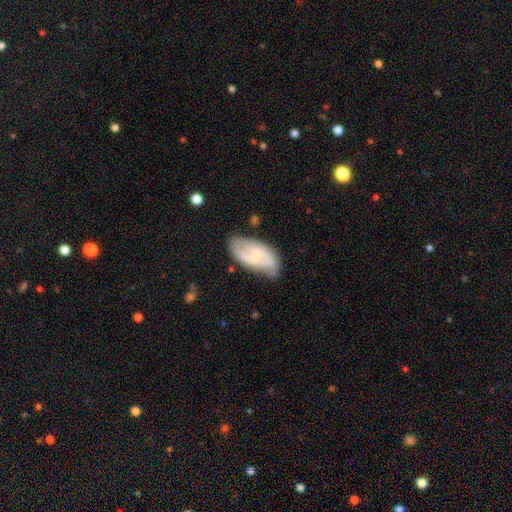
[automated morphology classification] smooth-or-featured: featured or disk: 66% | smooth: 27% | star or artifact: 6%
  disk-edge-on: no: 95% | yes: 5%
    bar: weak: 52% | no: 30% | strong: 18%
    has-spiral-arms: yes: 84% | no: 16%
      spiral-winding: medium: 45% | loose: 36% | tight: 19%
      spiral-arm-count: 2: 79% | can't tell: 13% | 1: 4% | 3: 2% | 4: 1% | more than 4: 1%
    bulge-size: small: 49% | none: 24% | moderate: 23% | large: 3% | dominant: 1%
  merging: none: 61% | minor disturbance: 27% | major disturbance: 9% | merger: 3%